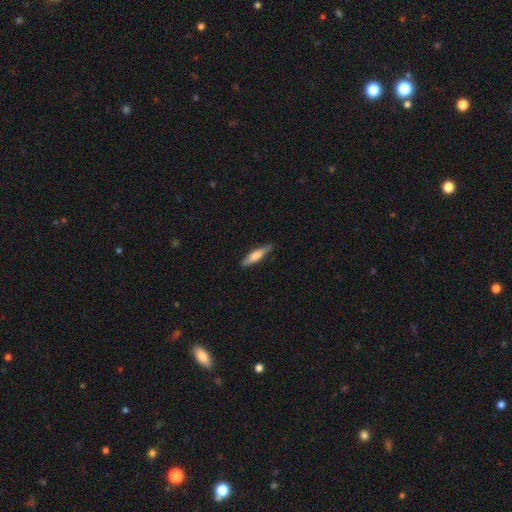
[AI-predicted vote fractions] A smooth galaxy with no disk features (63%) that is cigar-shaped (82%).

Vote fractions:
- Smooth or featured? smooth: 63% / featured or disk: 32% / star or artifact: 6%
- How rounded? cigar-shaped: 82% / in between: 17% / round: 2%
- Merging? none: 84% / minor disturbance: 13% / major disturbance: 2% / merger: 1%